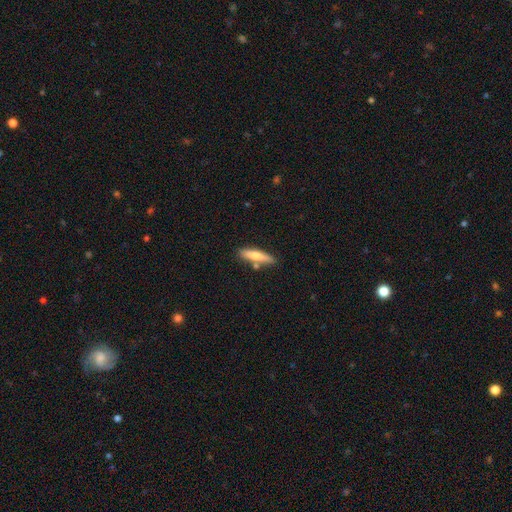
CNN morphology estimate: smooth 64%, featured or disk 30%, star or artifact 6%. Down the decision tree: how rounded — cigar-shaped (80%); merging — none (79%).